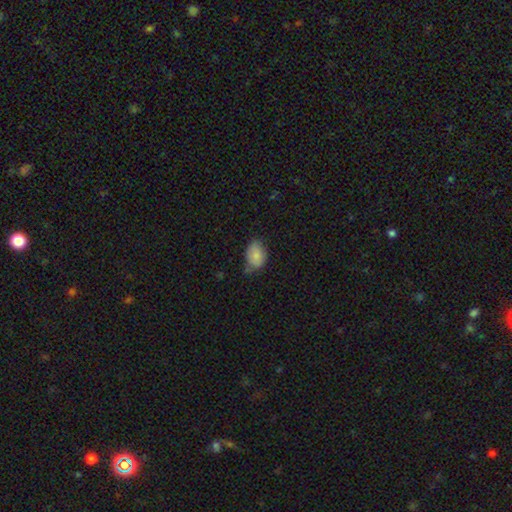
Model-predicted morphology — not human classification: Smooth or featured? smooth (84%)
How rounded? in between (82%)
Merging? none (59%)